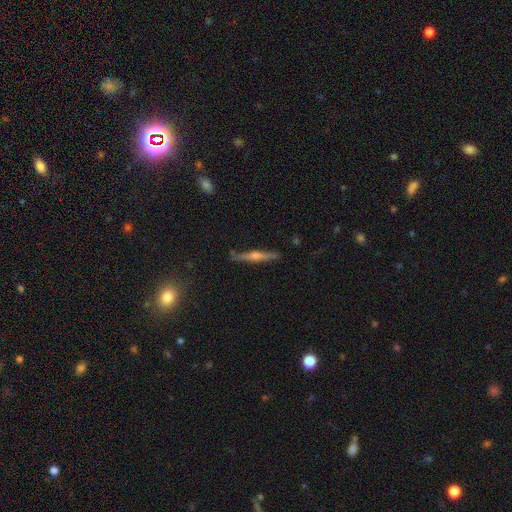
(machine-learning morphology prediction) Smooth or featured? featured or disk (74%)
Edge-on disk? yes (98%)
Edge-on bulge? rounded (87%)
Merging? none (87%)